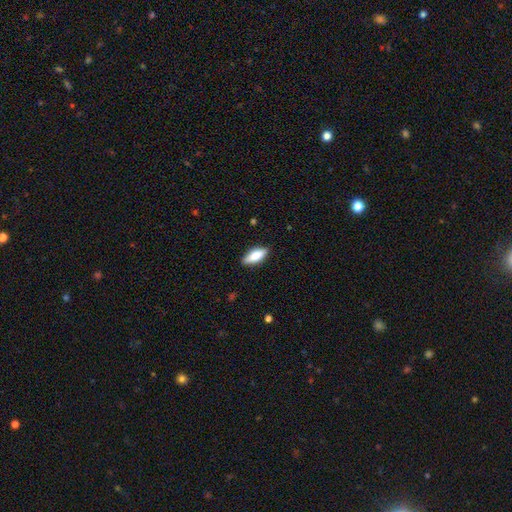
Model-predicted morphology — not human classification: smooth 73%, featured or disk 21%, star or artifact 6%. Down the decision tree: how rounded — in between (71%); merging — none (87%).